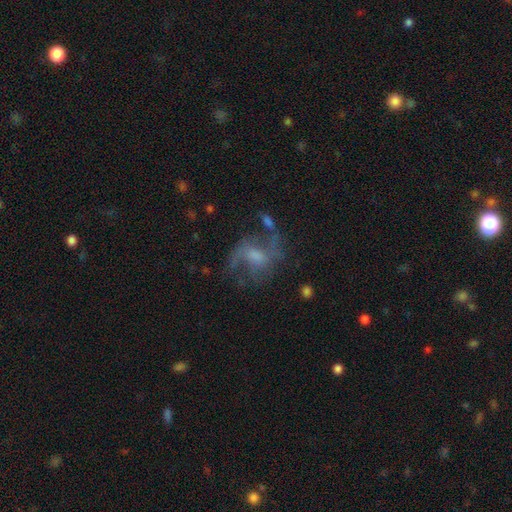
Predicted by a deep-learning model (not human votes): A featured or disk galaxy (74%) with a weak bar (45%), 2 (72%) loose (52%) spiral arms (86%) and a moderate central bulge (41%). Merging: none (53%).